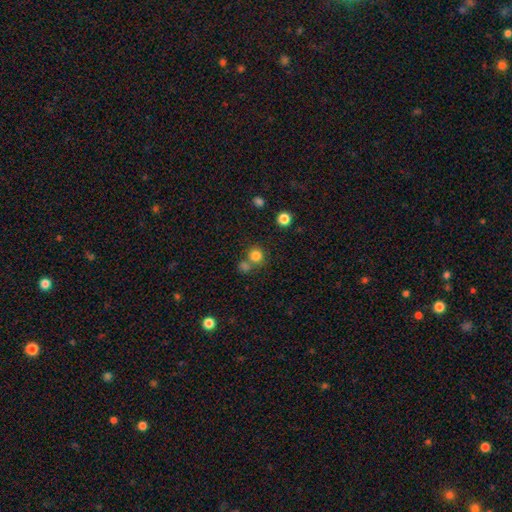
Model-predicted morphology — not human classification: A smooth galaxy with no disk features (81%) that is round (90%). Merging: none (66%).